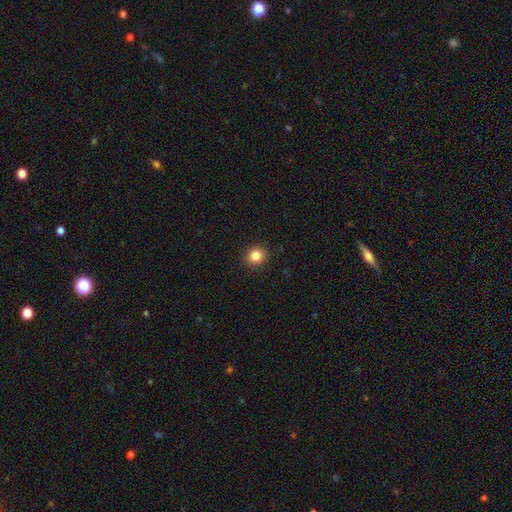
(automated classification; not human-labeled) Morphology: type=smooth (83%); roundness=round (84%); merging=none (92%).